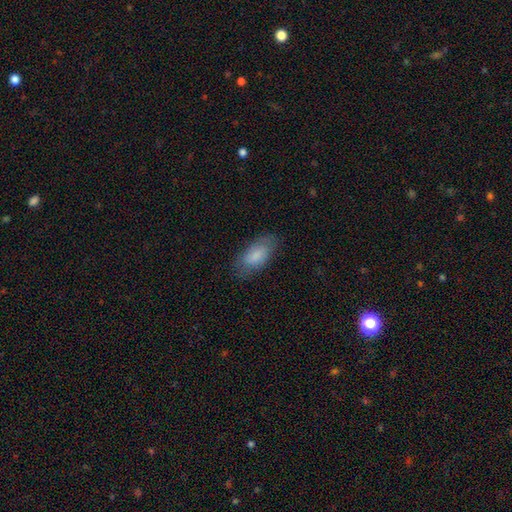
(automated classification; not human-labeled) A smooth galaxy with no disk features (79%) that is in between round and cigar-shaped (90%).

Vote fractions:
- Smooth or featured? smooth: 79% / featured or disk: 14% / star or artifact: 6%
- How rounded? in between: 90% / cigar-shaped: 8% / round: 3%
- Merging? none: 77% / minor disturbance: 17% / major disturbance: 5% / merger: 1%